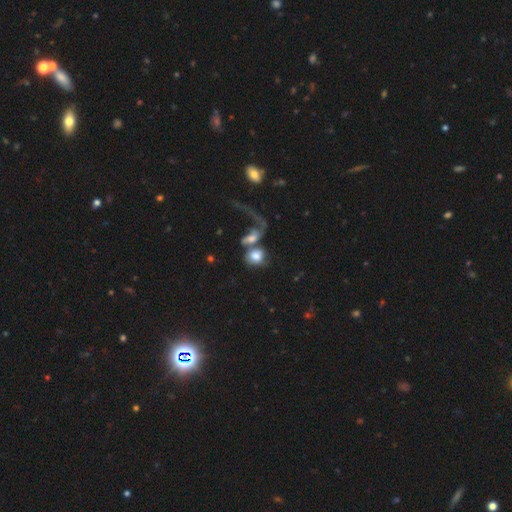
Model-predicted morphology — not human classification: smooth 61%, featured or disk 29%, star or artifact 10%. Down the decision tree: how rounded — in between (54%); merging — merger (61%).